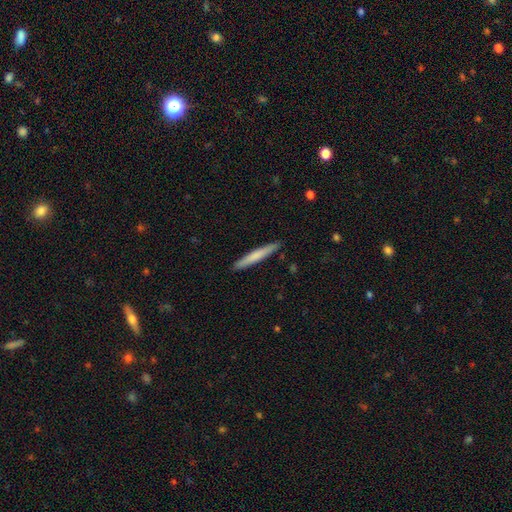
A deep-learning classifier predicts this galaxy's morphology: A smooth galaxy with no disk features (68%) that is cigar-shaped (96%).

Vote fractions:
- Smooth or featured? smooth: 68% / featured or disk: 27% / star or artifact: 5%
- How rounded? cigar-shaped: 96% / in between: 3% / round: 1%
- Merging? none: 91% / minor disturbance: 6% / major disturbance: 1% / merger: 1%